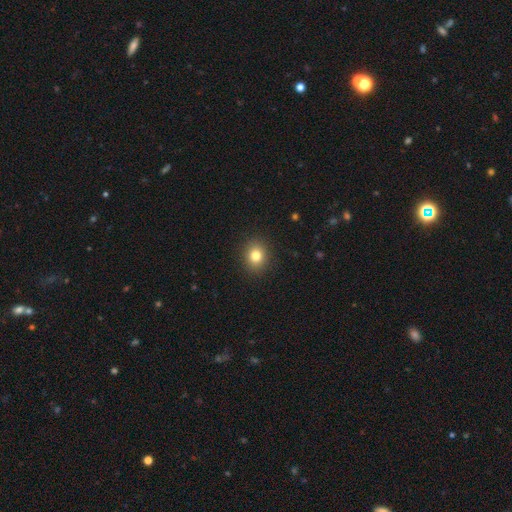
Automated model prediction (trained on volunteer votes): smooth-or-featured: smooth: 81% | star or artifact: 12% | featured or disk: 8%
  how-rounded: round: 70% | in between: 29% | cigar-shaped: 1%
  merging: none: 90% | minor disturbance: 6% | major disturbance: 2% | merger: 1%